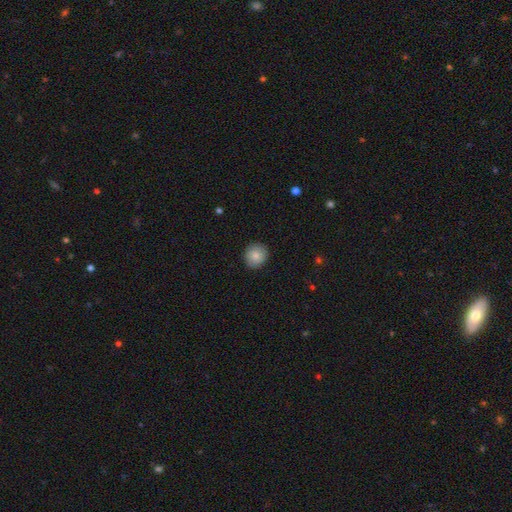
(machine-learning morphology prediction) This is clearly a smooth galaxy (83%). How rounded: clearly round (87%). Merging: clearly none (89%).